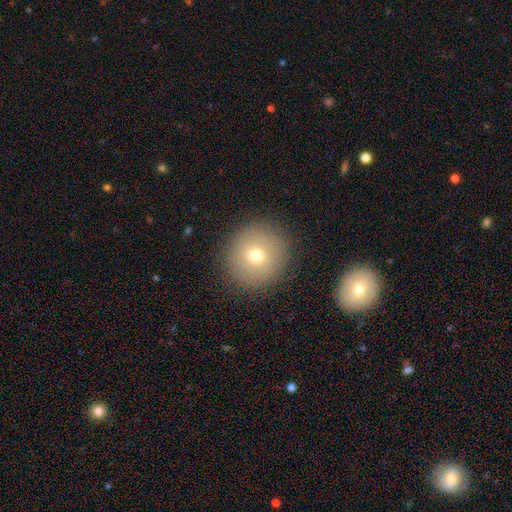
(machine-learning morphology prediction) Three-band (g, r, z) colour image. It shows a smooth galaxy with no disk features (71%) that is round (92%). Merging: none (88%).